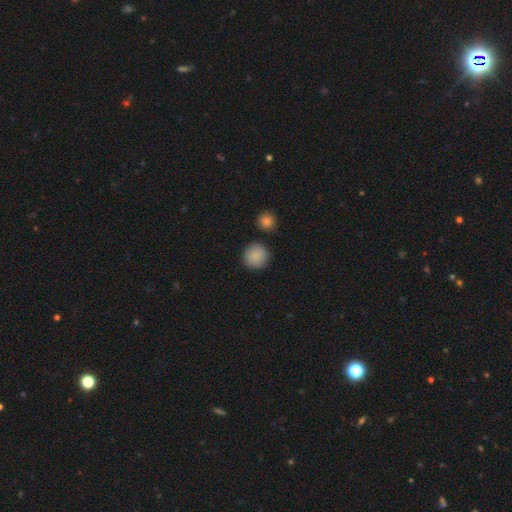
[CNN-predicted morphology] Smooth or featured?
  - smooth: 88% *
  - star or artifact: 8%
  - featured or disk: 4%
How rounded?
  - round: 94% *
  - in between: 5%
  - cigar-shaped: 1%
Merging?
  - none: 87% *
  - minor disturbance: 7%
  - merger: 3%
  - major disturbance: 2%